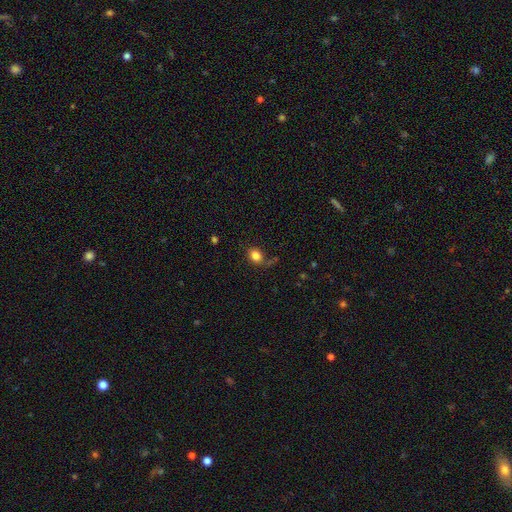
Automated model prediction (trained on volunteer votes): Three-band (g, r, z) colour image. It shows a smooth galaxy with no disk features (83%) that is in between round and cigar-shaped (50%). Merging: none (71%).